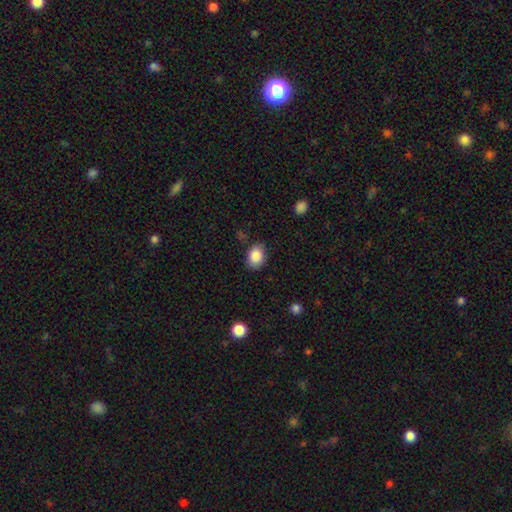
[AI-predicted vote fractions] Smooth or featured? smooth (86%)
How rounded? in between (68%)
Merging? none (81%)